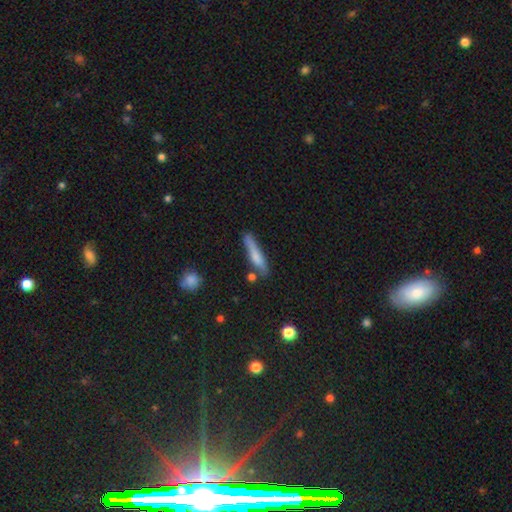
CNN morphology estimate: The model was most divided on "merging": none: 66%, minor disturbance: 21%, merger: 7%, major disturbance: 5%. More confident: how rounded — cigar-shaped (88%); smooth or featured — smooth (70%).